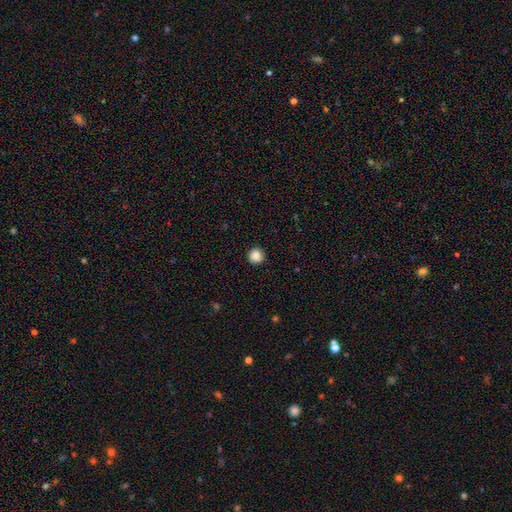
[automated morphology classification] This is clearly a smooth galaxy (87%). How rounded: clearly round (91%). Merging: clearly none (89%).